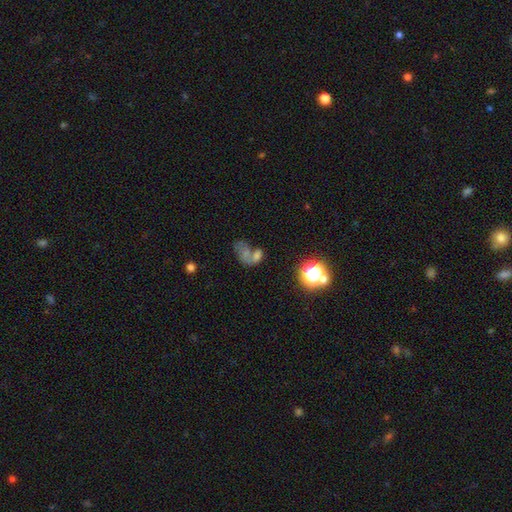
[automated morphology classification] smooth 52%, featured or disk 25%, star or artifact 22%. Down the decision tree: how rounded — in between (74%); merging — merger (53%).